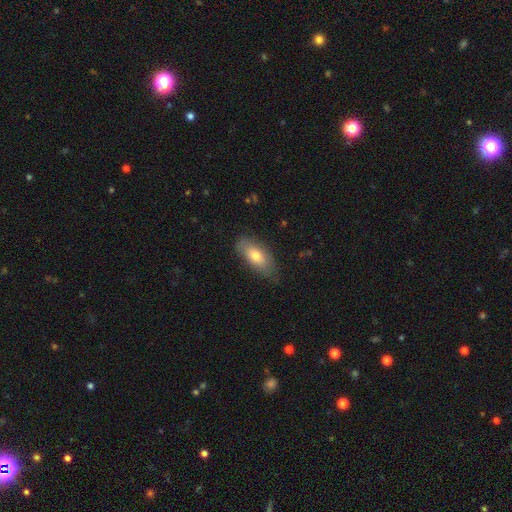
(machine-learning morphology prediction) smooth 72%, featured or disk 22%, star or artifact 6%. Down the decision tree: how rounded — in between (85%); merging — none (74%).